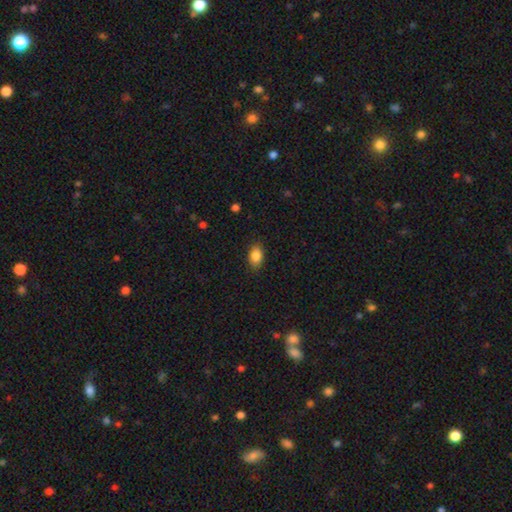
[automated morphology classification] A smooth galaxy with no disk features (87%) that is in between round and cigar-shaped (85%). Merging: none (87%).